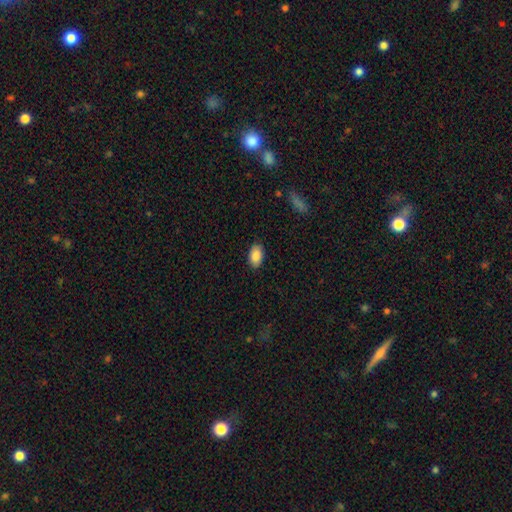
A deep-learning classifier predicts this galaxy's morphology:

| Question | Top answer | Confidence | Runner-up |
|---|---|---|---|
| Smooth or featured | smooth | 87% | star or artifact (7%) |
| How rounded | in between | 91% | round (7%) |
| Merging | none | 87% | minor disturbance (10%) |